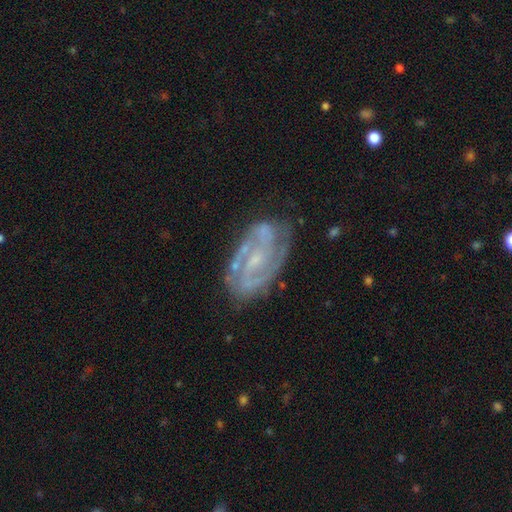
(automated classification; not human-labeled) Smooth or featured: featured or disk — 83% (smooth — 9%)
Edge-on disk: no — 96% (yes — 4%)
Bar: weak — 47% (no — 36%)
Spiral arms: yes — 93% (no — 7%)
Spiral winding: tight — 46% (medium — 42%)
Spiral arm count: 2 — 60% (can't tell — 17%)
Bulge size: small — 62% (moderate — 21%)
Merging: none — 74% (minor disturbance — 17%)